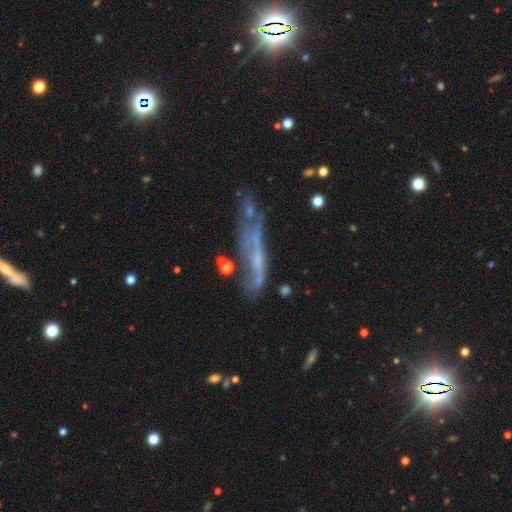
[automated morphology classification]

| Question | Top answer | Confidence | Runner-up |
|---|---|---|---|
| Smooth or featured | featured or disk | 57% | smooth (27%) |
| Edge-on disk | yes | 57% | no (43%) |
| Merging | none | 44% | minor disturbance (24%) |